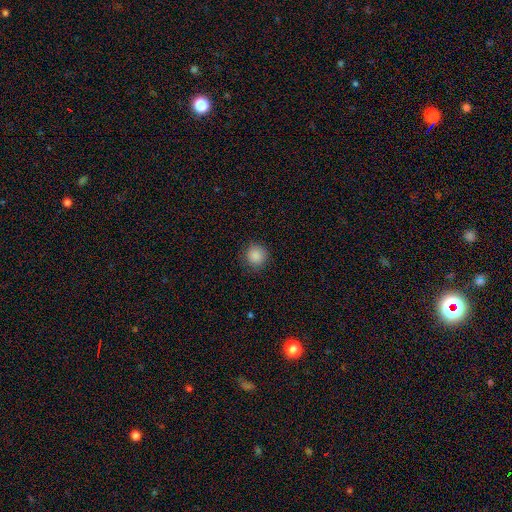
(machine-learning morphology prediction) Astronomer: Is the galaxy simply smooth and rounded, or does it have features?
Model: smooth — 87%.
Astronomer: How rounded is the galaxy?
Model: round — 93%.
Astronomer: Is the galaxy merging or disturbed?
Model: none — 88%.